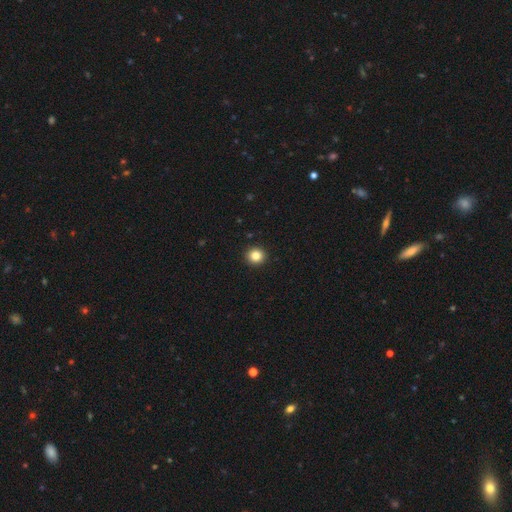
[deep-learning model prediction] Smooth or featured? Predicted: smooth (p=0.84). How rounded? Predicted: round (p=0.92). Merging? Predicted: none (p=0.94).